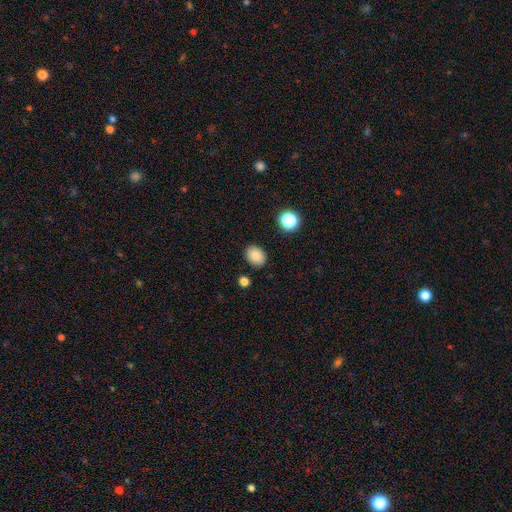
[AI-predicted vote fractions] A smooth galaxy with no disk features (85%) that is in between round and cigar-shaped (61%). Merging: none (87%).